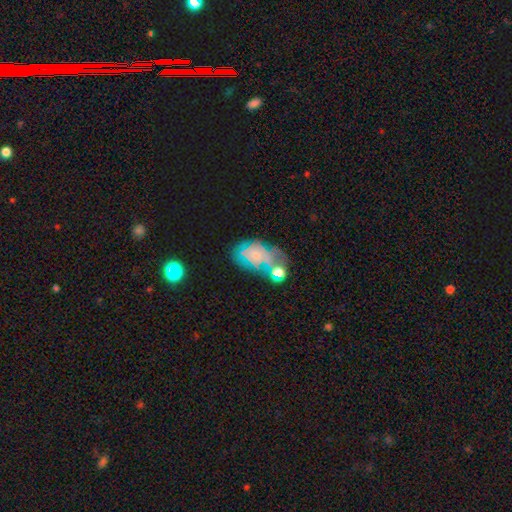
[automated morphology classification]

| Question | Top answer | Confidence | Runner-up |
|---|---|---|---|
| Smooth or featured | featured or disk | 52% | smooth (31%) |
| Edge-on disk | no | 96% | yes (4%) |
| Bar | no | 81% | weak (15%) |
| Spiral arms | yes | 65% | no (35%) |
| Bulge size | small | 70% | moderate (14%) |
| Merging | none | 40% | minor disturbance (23%) |